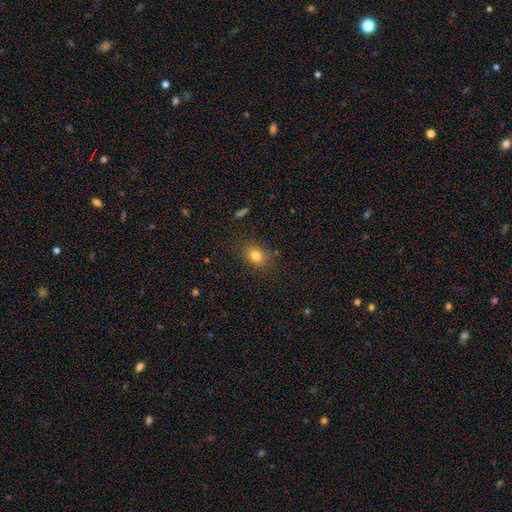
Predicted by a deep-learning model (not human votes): smooth 80%, star or artifact 12%, featured or disk 8%. Down the decision tree: how rounded — in between (51%); merging — none (80%).